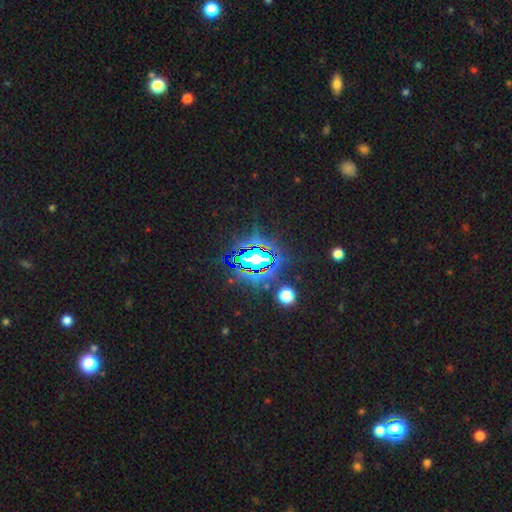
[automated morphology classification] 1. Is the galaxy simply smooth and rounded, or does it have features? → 82% star or artifact, 11% smooth, 7% featured or disk.